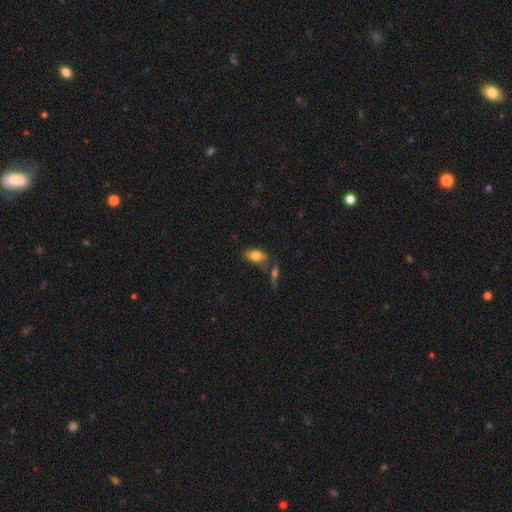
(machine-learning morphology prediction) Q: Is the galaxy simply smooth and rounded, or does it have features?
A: smooth — 76%.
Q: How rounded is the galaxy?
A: in between — 88%.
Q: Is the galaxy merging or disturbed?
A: none — 55%.